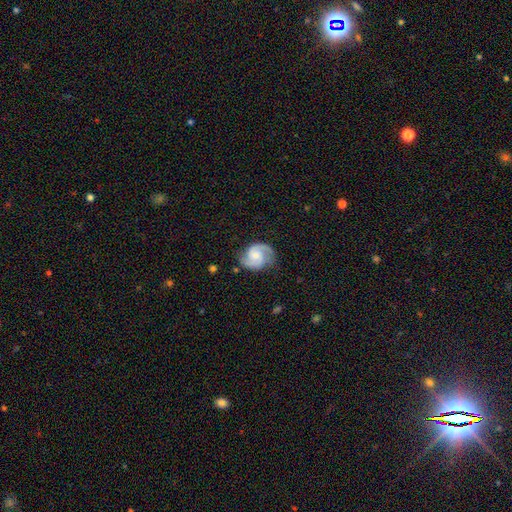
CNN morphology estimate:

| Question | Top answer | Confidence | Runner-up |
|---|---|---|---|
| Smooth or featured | featured or disk | 87% | smooth (8%) |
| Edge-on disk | no | 98% | yes (2%) |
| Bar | no | 61% | weak (33%) |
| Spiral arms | yes | 98% | no (2%) |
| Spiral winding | medium | 54% | tight (32%) |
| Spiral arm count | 2 | 93% | can't tell (2%) |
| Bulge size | small | 50% | moderate (38%) |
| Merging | none | 78% | minor disturbance (16%) |